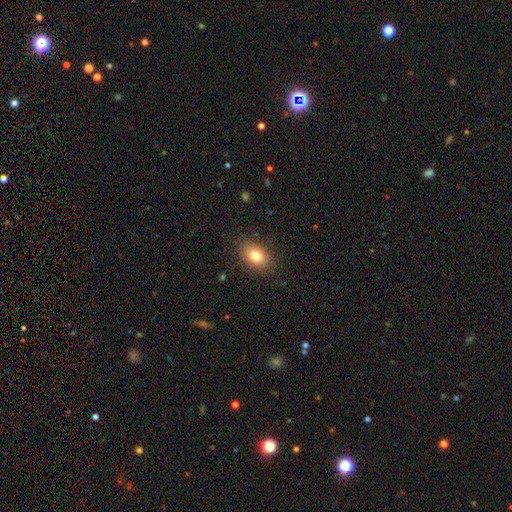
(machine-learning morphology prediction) This appears to be a smooth galaxy with no disk features (79%) that is in between round and cigar-shaped (77%). Merging: none (87%).